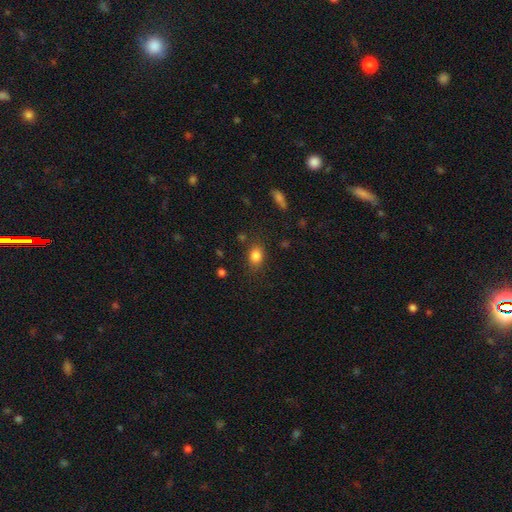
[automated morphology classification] A smooth galaxy with no disk features (83%) that is in between round and cigar-shaped (65%). Merging: none (79%).